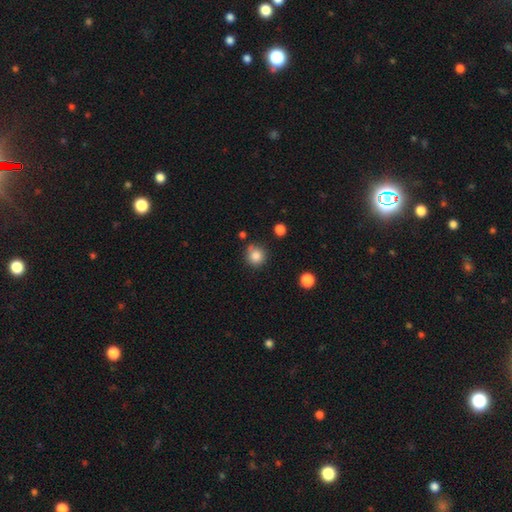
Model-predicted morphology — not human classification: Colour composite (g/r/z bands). It shows a smooth galaxy with no disk features (84%) that is round (91%). Merging: none (75%).